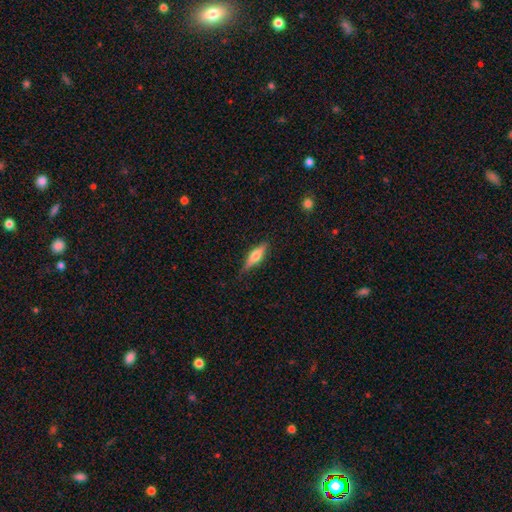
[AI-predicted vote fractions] This is possibly a smooth galaxy (49%). Merging: clearly none (82%).